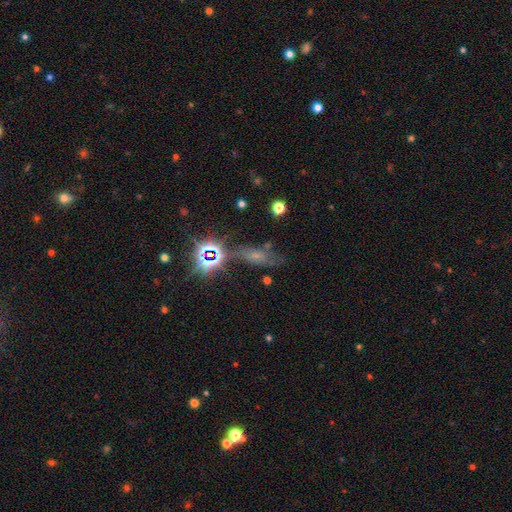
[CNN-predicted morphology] A star or artifact, not a galaxy (43%).